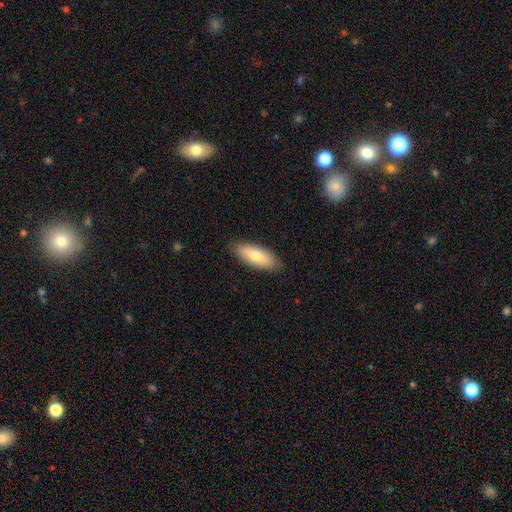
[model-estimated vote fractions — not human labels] smooth_or_featured: smooth (p=0.76) [alt: featured or disk p=0.19]
how_rounded: in between (p=0.73) [alt: cigar-shaped p=0.25]
merging: none (p=0.87) [alt: minor disturbance p=0.10]